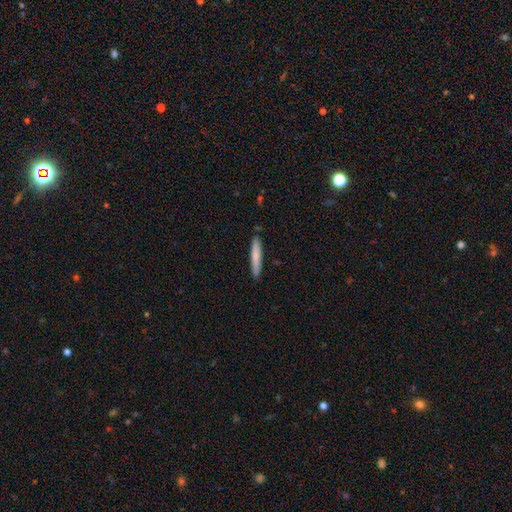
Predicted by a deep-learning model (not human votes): A smooth galaxy with no disk features (75%) that is cigar-shaped (94%).

Vote fractions:
- Smooth or featured? smooth: 75% / featured or disk: 20% / star or artifact: 5%
- How rounded? cigar-shaped: 94% / in between: 4% / round: 1%
- Merging? none: 89% / minor disturbance: 8% / major disturbance: 1% / merger: 1%